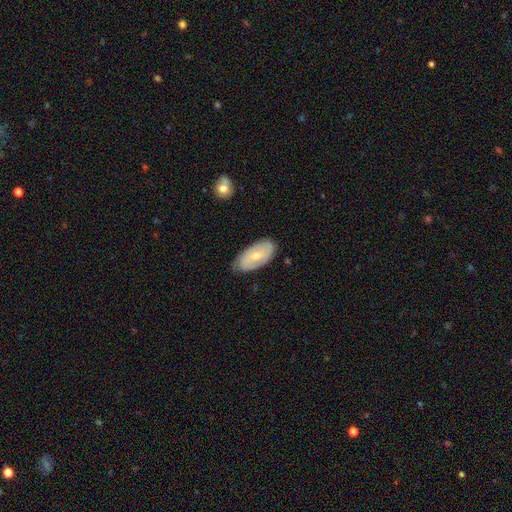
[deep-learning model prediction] Q: Smooth or featured?
A: featured or disk (50%); runner-up: smooth (44%)
Q: Merging?
A: none (74%); runner-up: minor disturbance (21%)